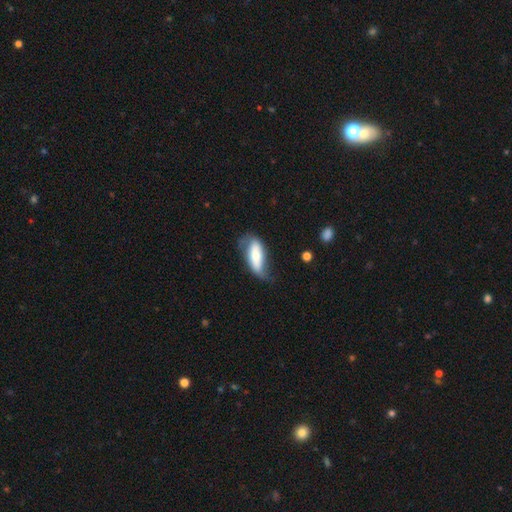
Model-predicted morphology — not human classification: Q: Smooth or featured?
A: smooth (61%); runner-up: featured or disk (33%)
Q: How rounded?
A: in between (72%); runner-up: cigar-shaped (26%)
Q: Merging?
A: none (40%); runner-up: minor disturbance (39%)